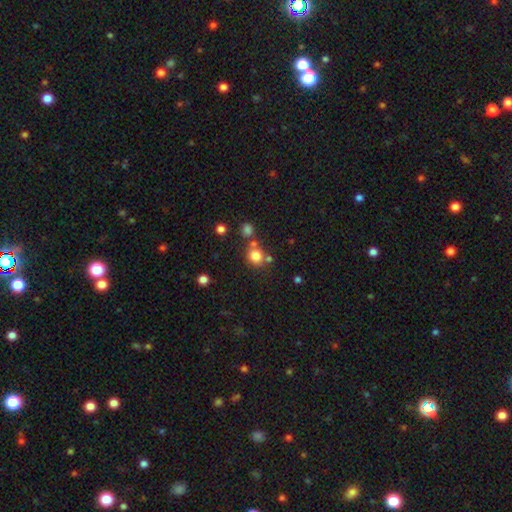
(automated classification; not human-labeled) This is likely a smooth galaxy (79%). How rounded: clearly round (85%). Merging: likely none (66%).